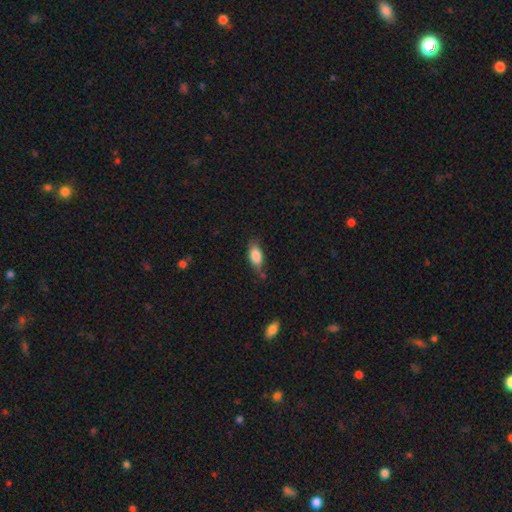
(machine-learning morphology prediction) smooth 83%, featured or disk 10%, star or artifact 7%. Down the decision tree: how rounded — in between (87%); merging — none (67%).